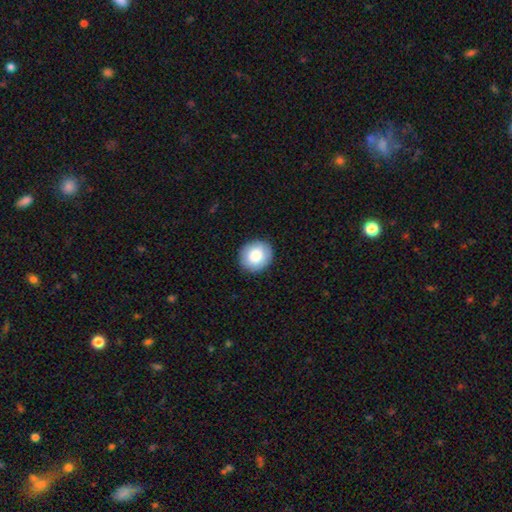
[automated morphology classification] A smooth galaxy with no disk features (82%) that is round (79%).

Vote fractions:
- Smooth or featured? smooth: 82% / featured or disk: 11% / star or artifact: 7%
- How rounded? round: 79% / in between: 20% / cigar-shaped: 1%
- Merging? none: 89% / minor disturbance: 8% / major disturbance: 2% / merger: 1%